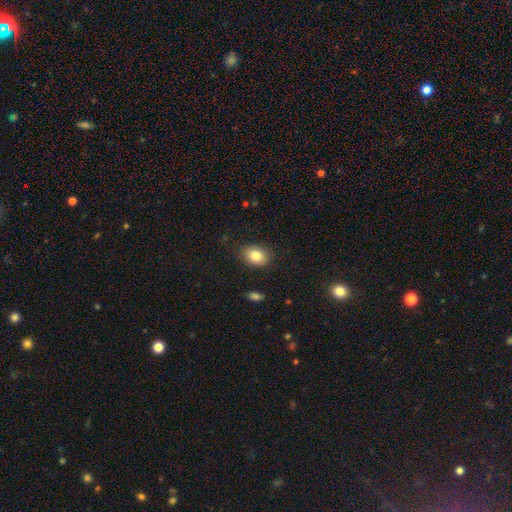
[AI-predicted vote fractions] smooth 82%, featured or disk 9%, star or artifact 9%. Down the decision tree: how rounded — in between (69%); merging — none (84%).